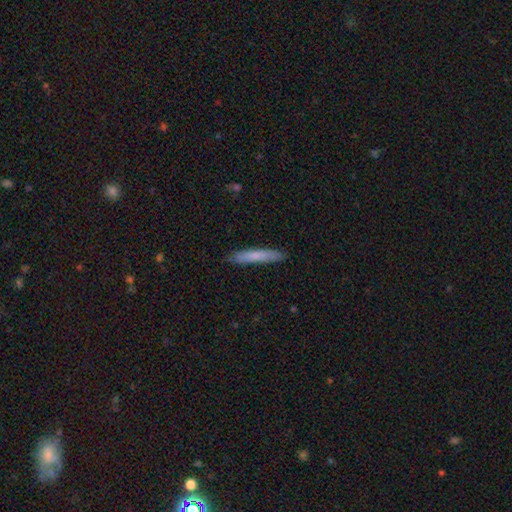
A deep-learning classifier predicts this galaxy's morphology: Smooth or featured? smooth (77%)
How rounded? cigar-shaped (94%)
Merging? none (88%)